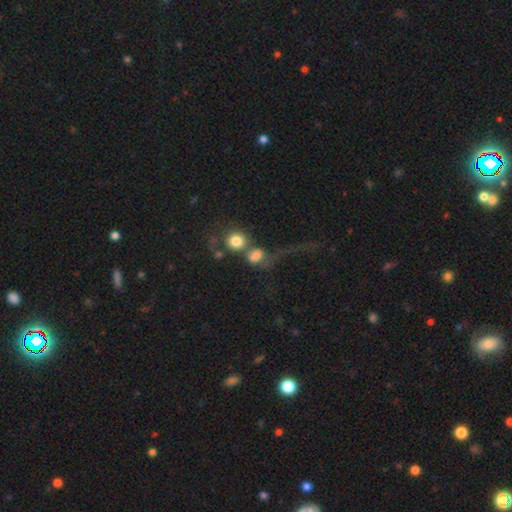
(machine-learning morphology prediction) The model was most divided on "how rounded": round: 66%, in between: 32%, cigar-shaped: 3%. More confident: smooth or featured — smooth (71%); merging — merger (57%).